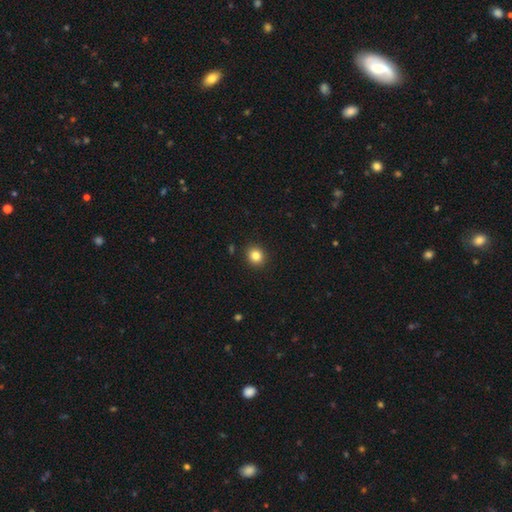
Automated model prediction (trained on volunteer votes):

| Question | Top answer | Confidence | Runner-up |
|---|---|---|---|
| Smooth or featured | smooth | 84% | star or artifact (11%) |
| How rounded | round | 83% | in between (16%) |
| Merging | none | 91% | minor disturbance (6%) |